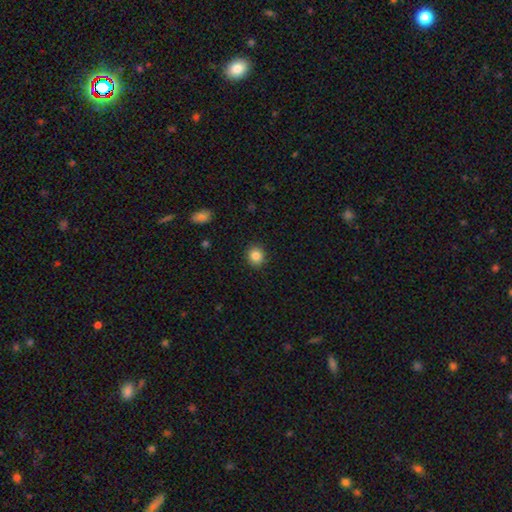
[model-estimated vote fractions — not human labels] Overall: smooth (85%). How rounded: round (81%). Merging: none (90%).